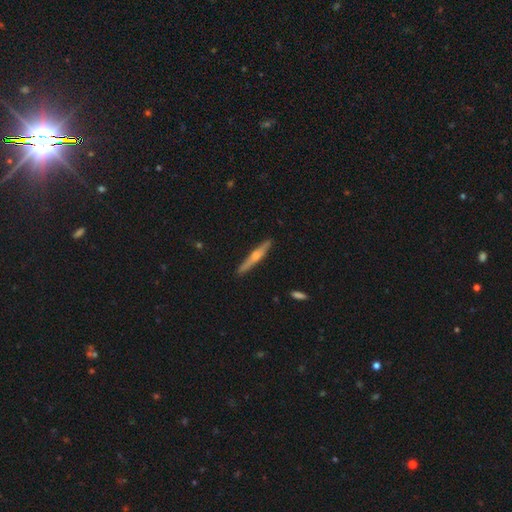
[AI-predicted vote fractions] Q: Smooth or featured?
A: featured or disk (66%); runner-up: smooth (28%)
Q: Edge-on disk?
A: yes (97%); runner-up: no (3%)
Q: Edge-on bulge?
A: rounded (86%); runner-up: none (10%)
Q: Merging?
A: none (91%); runner-up: minor disturbance (7%)